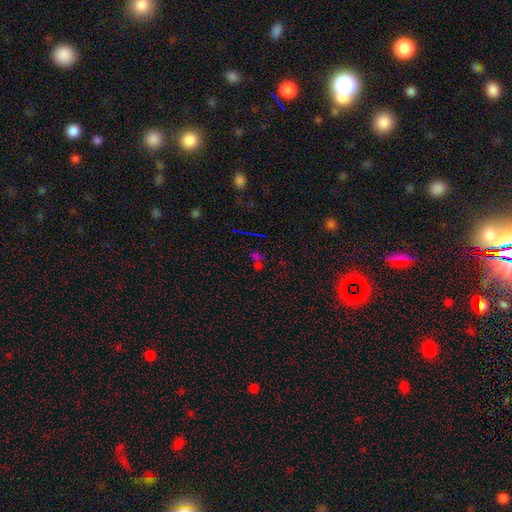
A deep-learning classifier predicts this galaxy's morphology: smooth_or_featured: star or artifact (p=0.54) [alt: smooth p=0.34]